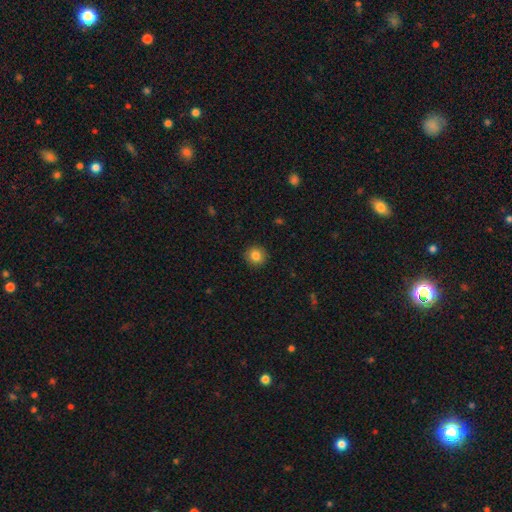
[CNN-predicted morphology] Smooth or featured? smooth (84%)
How rounded? round (91%)
Merging? none (91%)